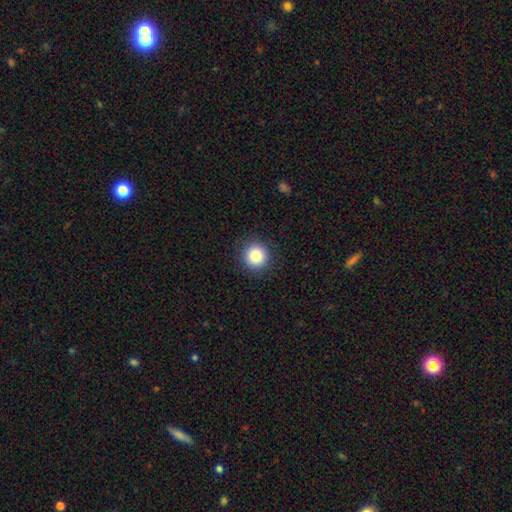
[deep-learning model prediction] A smooth galaxy with no disk features (85%) that is round (95%). Merging: none (91%).